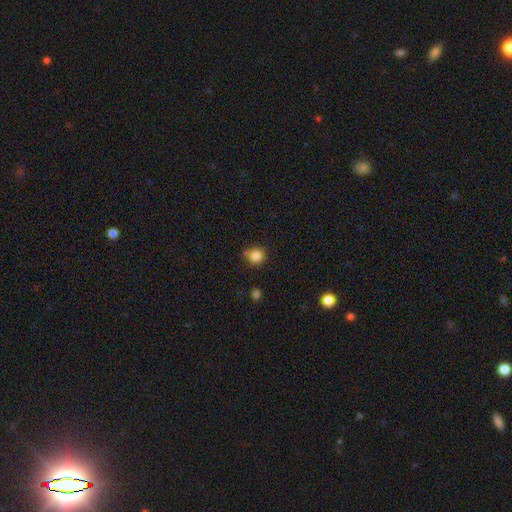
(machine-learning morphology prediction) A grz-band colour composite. It shows a smooth galaxy with no disk features (83%) that is round (86%). Merging: none (65%).